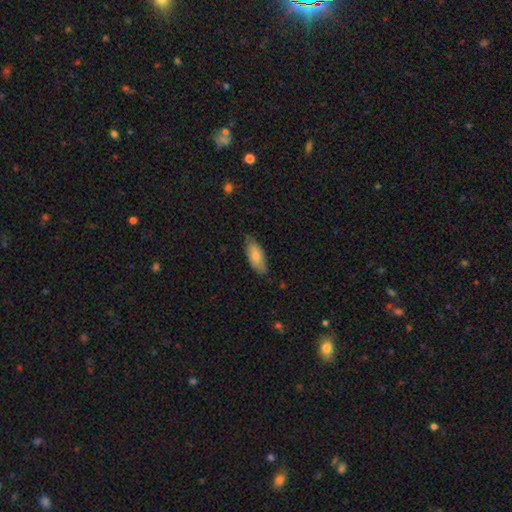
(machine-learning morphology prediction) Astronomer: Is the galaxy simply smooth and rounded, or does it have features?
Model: smooth — 77%.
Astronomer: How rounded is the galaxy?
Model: in between — 82%.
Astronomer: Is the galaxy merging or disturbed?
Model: none — 74%.